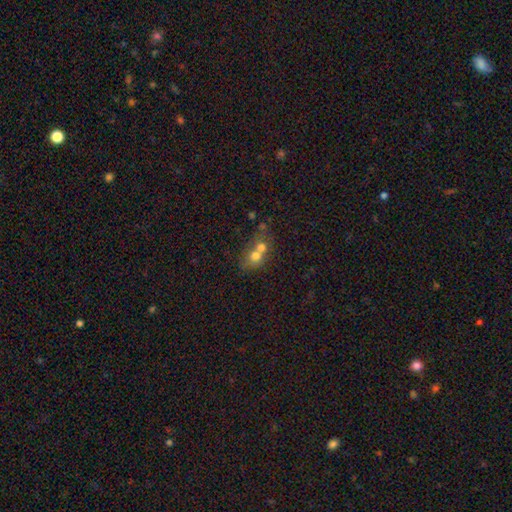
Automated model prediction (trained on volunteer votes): The model was most divided on "how rounded": round: 65%, in between: 34%, cigar-shaped: 1%. More confident: merging — merger (68%); smooth or featured — smooth (67%).